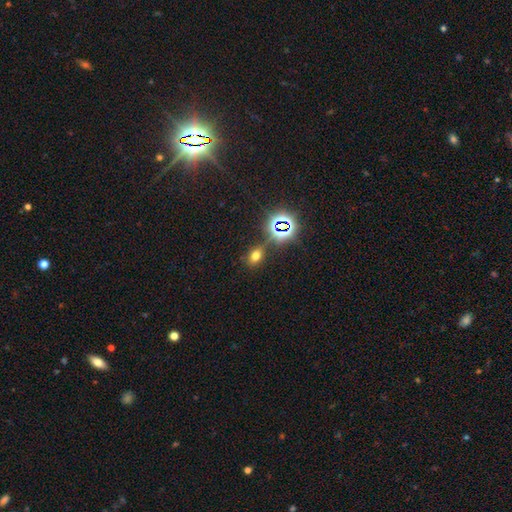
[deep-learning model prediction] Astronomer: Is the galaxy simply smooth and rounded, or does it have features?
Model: smooth — 57% (runner-up: star or artifact, 33%).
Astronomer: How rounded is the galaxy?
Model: in between — 64%.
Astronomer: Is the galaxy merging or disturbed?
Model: none — 76%.